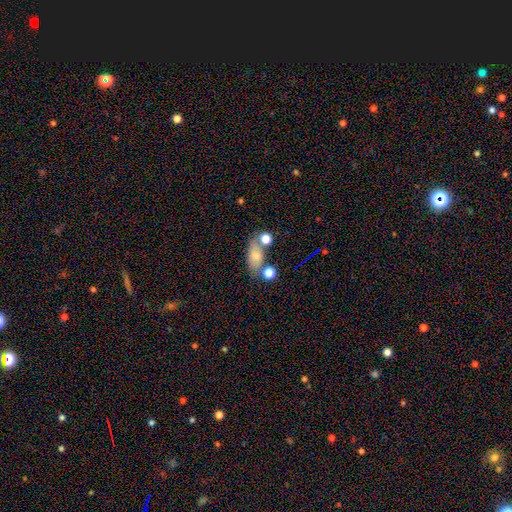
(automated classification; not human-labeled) A smooth galaxy with no disk features (71%) that is in between round and cigar-shaped (80%). Merging: none (56%).